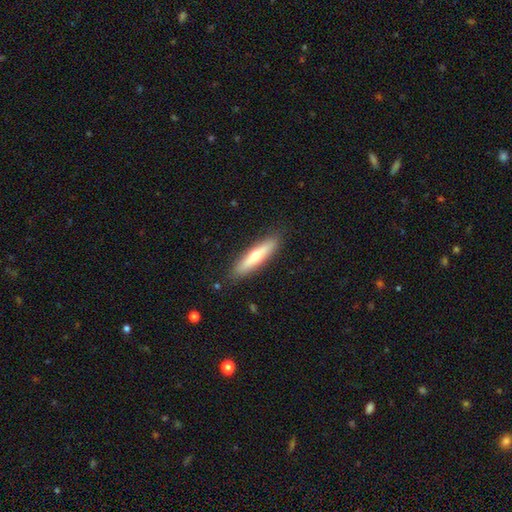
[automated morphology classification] The model was most divided on "smooth or featured": smooth: 57%, featured or disk: 37%, star or artifact: 6%. More confident: merging — none (88%); how rounded — cigar-shaped (83%).